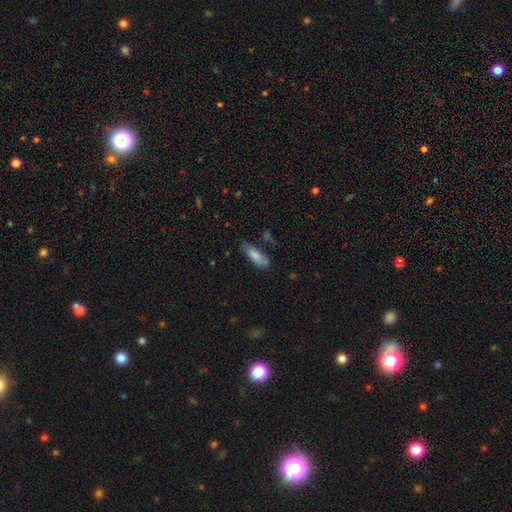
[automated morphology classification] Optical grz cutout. It shows a smooth galaxy with no disk features (80%) that is in between round and cigar-shaped (62%). Merging: none (61%).